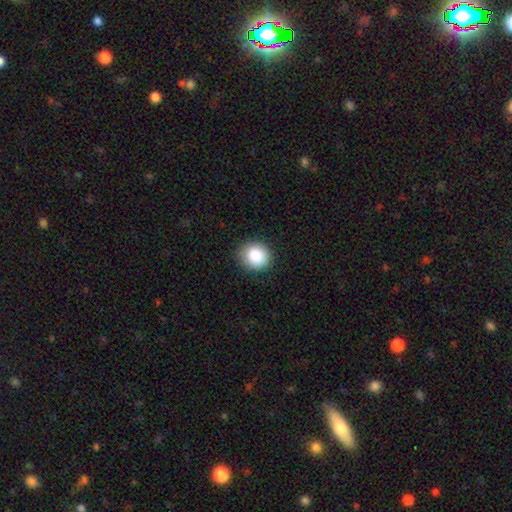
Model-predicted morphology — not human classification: smooth 88%, star or artifact 8%, featured or disk 4%. Down the decision tree: how rounded — round (80%); merging — none (87%).